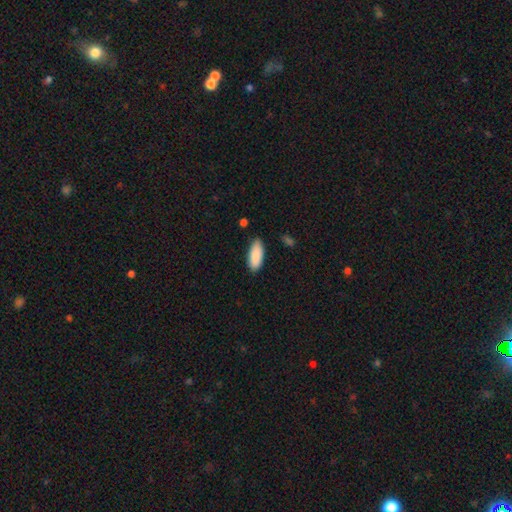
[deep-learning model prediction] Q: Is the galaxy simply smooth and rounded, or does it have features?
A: smooth — 89%.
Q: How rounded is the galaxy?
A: in between — 85%.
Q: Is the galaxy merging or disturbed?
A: none — 84%.